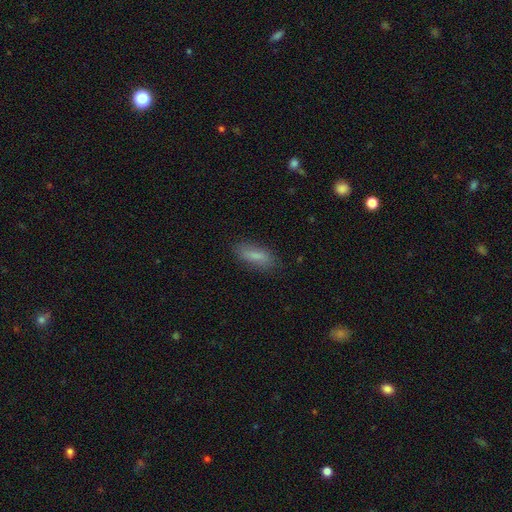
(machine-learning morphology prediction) Smooth or featured: smooth — 78% (featured or disk — 14%)
How rounded: in between — 59% (cigar-shaped — 39%)
Merging: none — 80% (minor disturbance — 14%)